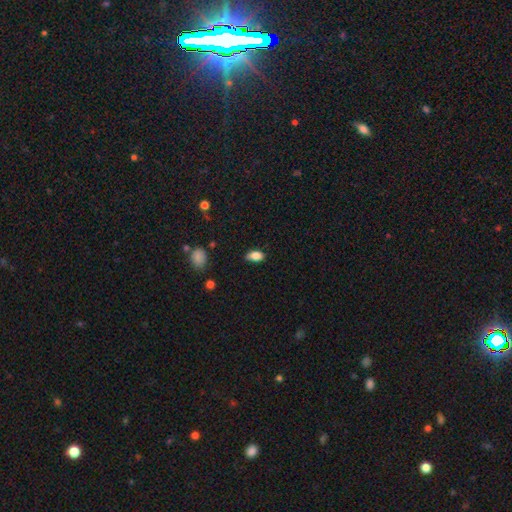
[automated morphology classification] smooth 84%, star or artifact 9%, featured or disk 7%. Down the decision tree: how rounded — in between (88%); merging — none (64%).